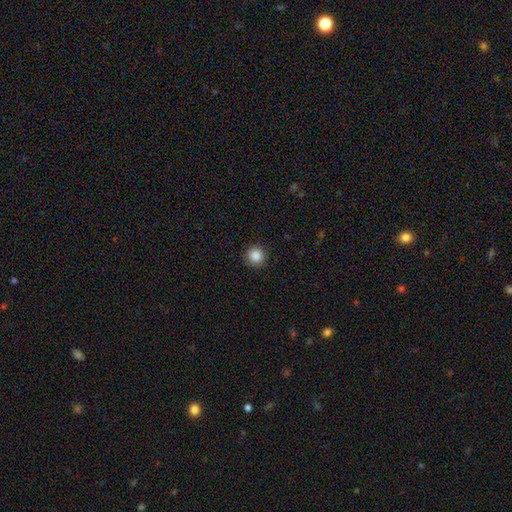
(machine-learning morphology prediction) smooth-or-featured: smooth: 87% | star or artifact: 10% | featured or disk: 3%
  how-rounded: round: 94% | in between: 5% | cigar-shaped: 1%
  merging: none: 91% | minor disturbance: 6% | major disturbance: 2% | merger: 1%